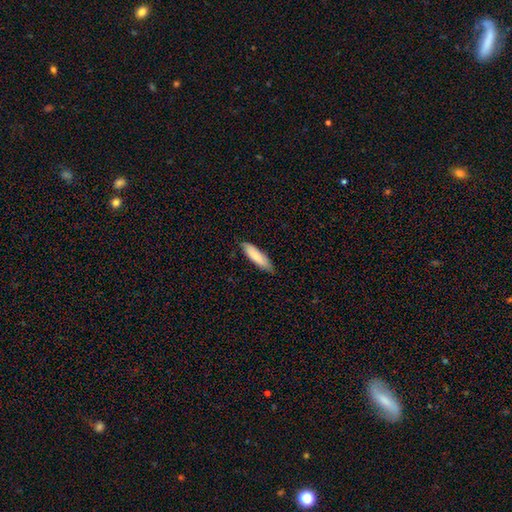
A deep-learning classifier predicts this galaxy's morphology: Smooth or featured? smooth (81%)
How rounded? cigar-shaped (63%)
Merging? none (77%)